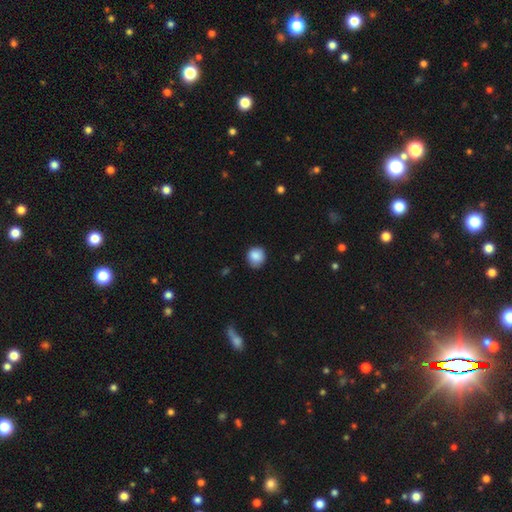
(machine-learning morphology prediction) A smooth galaxy with no disk features (87%) that is round (85%).

Vote fractions:
- Smooth or featured? smooth: 87% / star or artifact: 8% / featured or disk: 5%
- How rounded? round: 85% / in between: 14% / cigar-shaped: 1%
- Merging? none: 78% / minor disturbance: 18% / major disturbance: 3% / merger: 1%